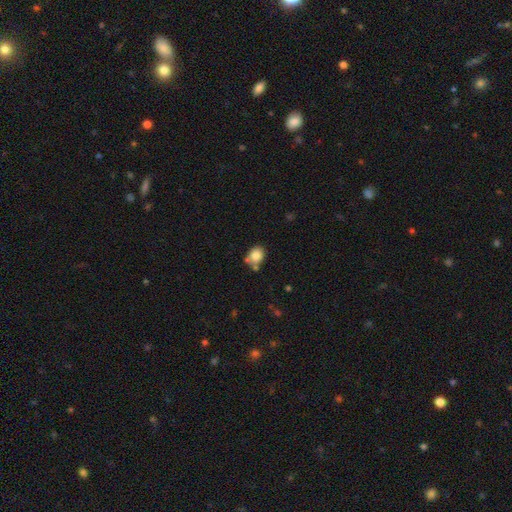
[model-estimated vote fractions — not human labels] smooth 83%, star or artifact 9%, featured or disk 8%. Down the decision tree: how rounded — round (51%); merging — none (64%).